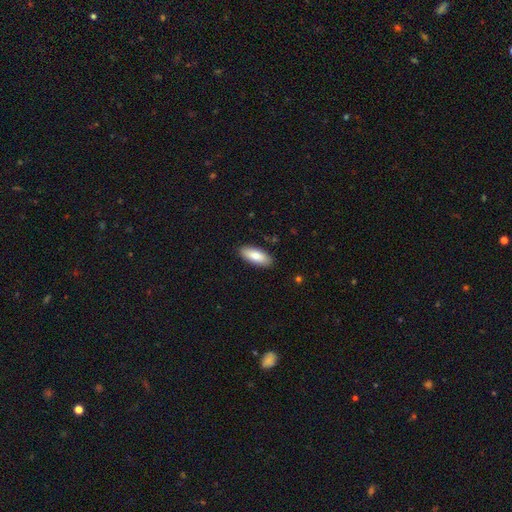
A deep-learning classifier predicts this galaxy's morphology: smooth_or_featured: smooth (p=0.78) [alt: featured or disk p=0.16]
how_rounded: in between (p=0.82) [alt: cigar-shaped p=0.16]
merging: none (p=0.89) [alt: minor disturbance p=0.08]